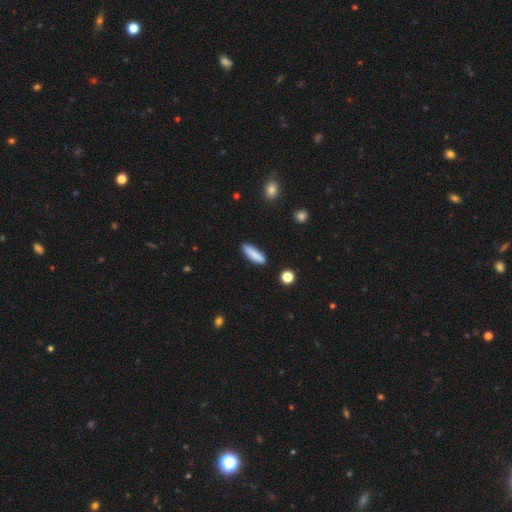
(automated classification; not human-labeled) smooth 86%, featured or disk 8%, star or artifact 6%. Down the decision tree: how rounded — cigar-shaped (67%); merging — none (86%).